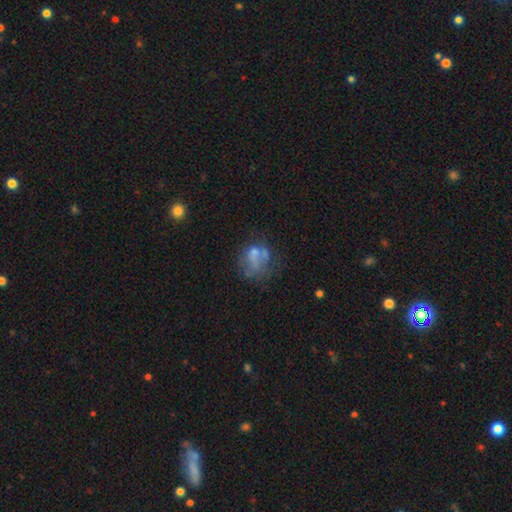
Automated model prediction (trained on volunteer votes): This appears to be a smooth galaxy with no disk features (44%). Merging: none (31%, tied with major disturbance).